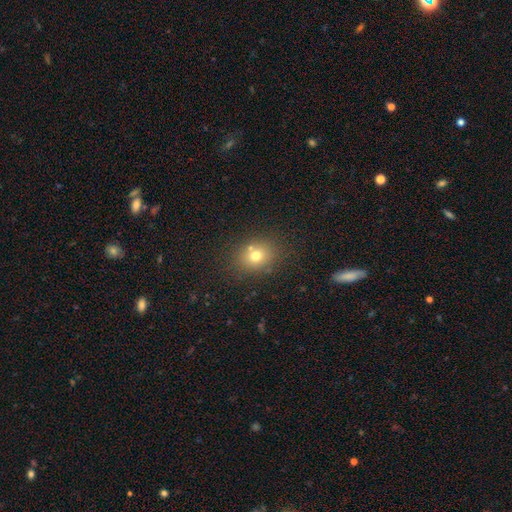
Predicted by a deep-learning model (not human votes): A smooth galaxy with no disk features (72%) that is round (60%). Merging: none (76%).